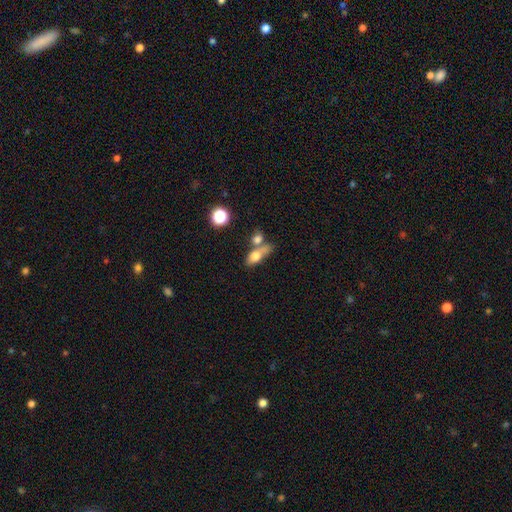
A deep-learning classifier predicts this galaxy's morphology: The model was most divided on "merging": merger: 49%, none: 32%, minor disturbance: 11%, major disturbance: 8%. More confident: smooth or featured — smooth (70%); how rounded — in between (69%).